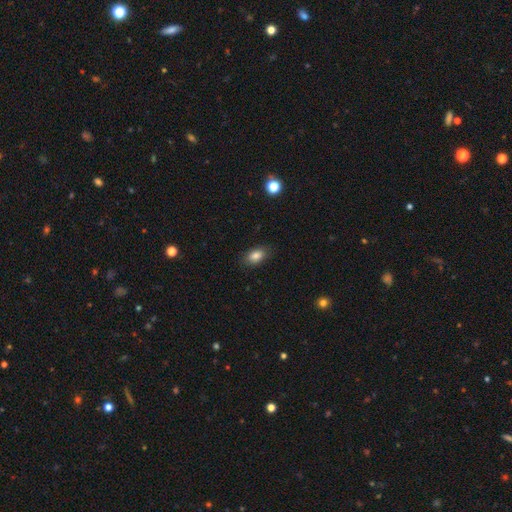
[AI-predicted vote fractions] A smooth galaxy with no disk features (84%) that is in between round and cigar-shaped (87%). Merging: none (84%).